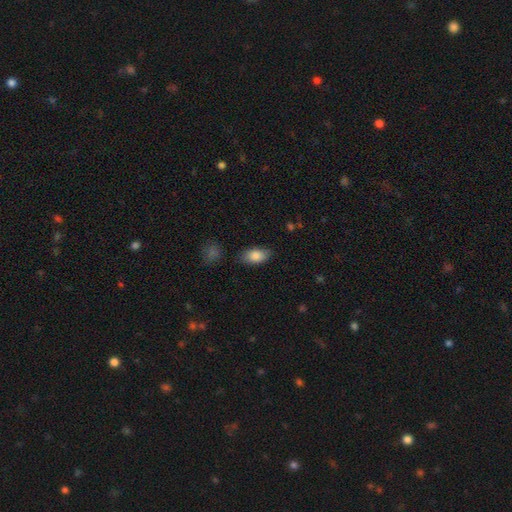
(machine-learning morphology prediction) A smooth galaxy with no disk features (86%) that is in between round and cigar-shaped (91%).

Vote fractions:
- Smooth or featured? smooth: 86% / featured or disk: 7% / star or artifact: 7%
- How rounded? in between: 91% / round: 6% / cigar-shaped: 3%
- Merging? none: 82% / minor disturbance: 13% / major disturbance: 3% / merger: 2%